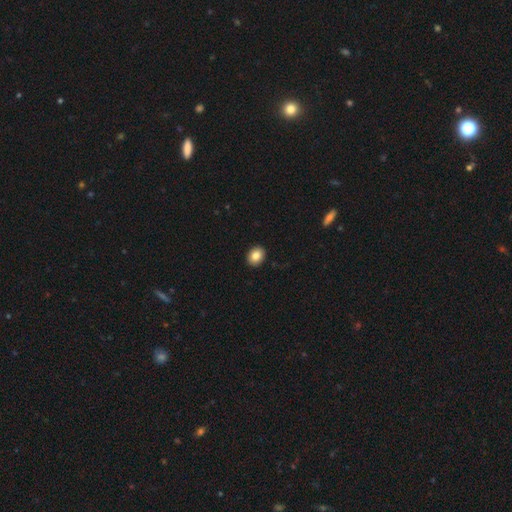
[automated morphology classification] The model was most divided on "how rounded": in between: 55%, round: 44%, cigar-shaped: 1%. More confident: merging — none (92%); smooth or featured — smooth (84%).